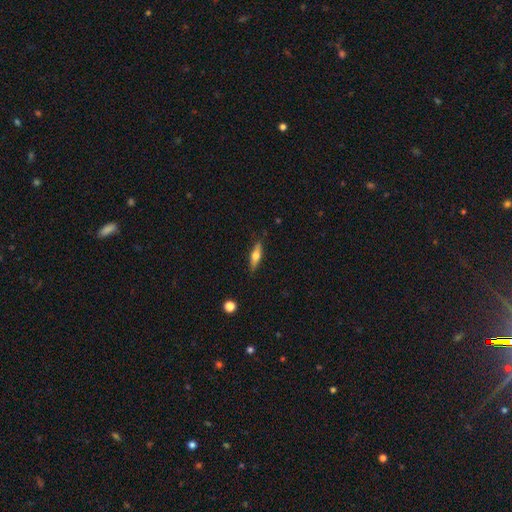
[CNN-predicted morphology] smooth-or-featured: smooth: 48% | featured or disk: 46% | star or artifact: 6%
  merging: none: 85% | minor disturbance: 11% | major disturbance: 2% | merger: 1%